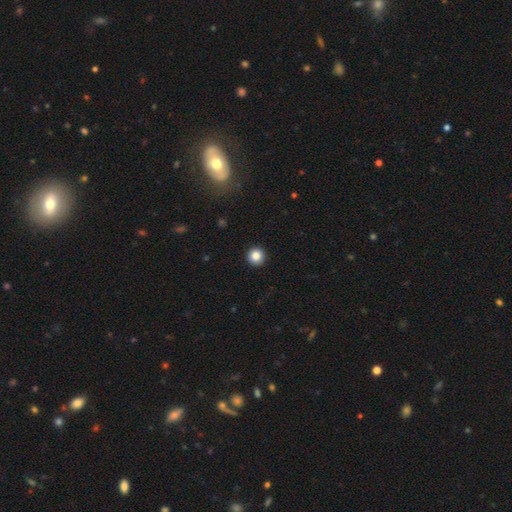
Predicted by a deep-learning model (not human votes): This is clearly a smooth galaxy (85%). How rounded: clearly round (96%). Merging: clearly none (93%).